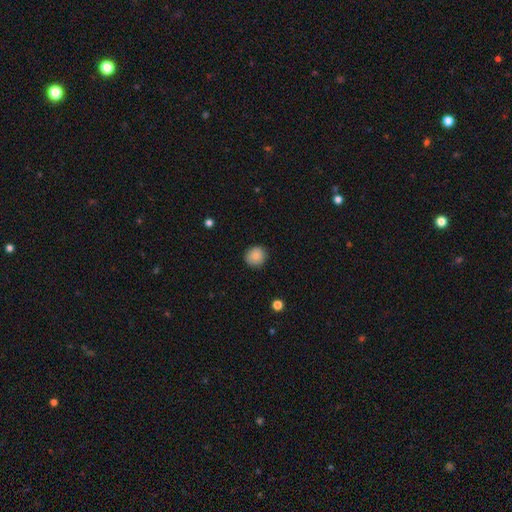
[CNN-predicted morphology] This appears to be a smooth galaxy with no disk features (87%) that is round (89%). Merging: none (88%).